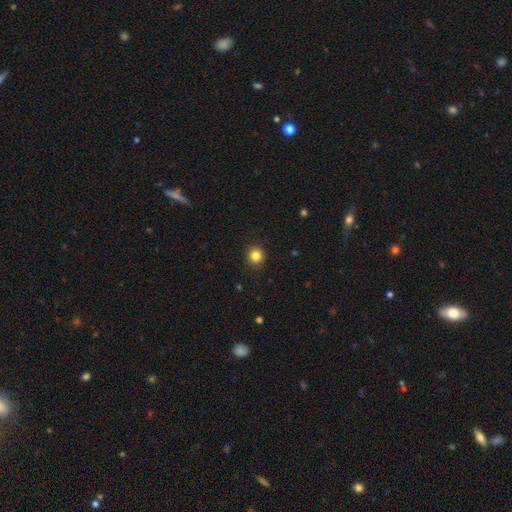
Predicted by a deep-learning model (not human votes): smooth 83%, star or artifact 12%, featured or disk 5%. Down the decision tree: how rounded — round (90%); merging — none (91%).